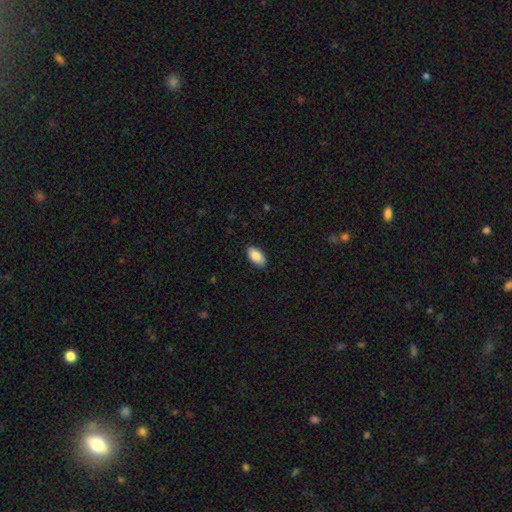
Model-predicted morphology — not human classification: Smooth or featured? Predicted: smooth (p=0.87). How rounded? Predicted: in between (p=0.94). Merging? Predicted: none (p=0.88).